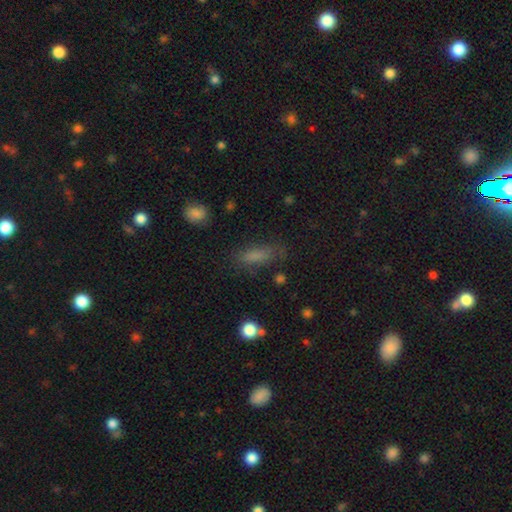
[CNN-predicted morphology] Overall: smooth (77%). How rounded: in between (59%; cigar-shaped 37%). Merging: none (68%).